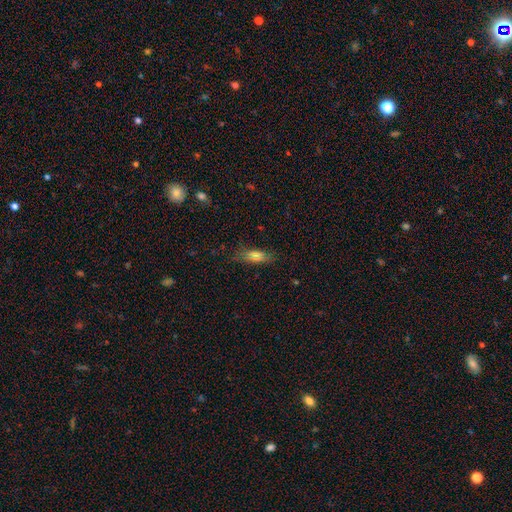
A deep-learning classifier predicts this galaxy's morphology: This appears to be a smooth galaxy with no disk features (61%) that is in between round and cigar-shaped (70%). Merging: none (81%).